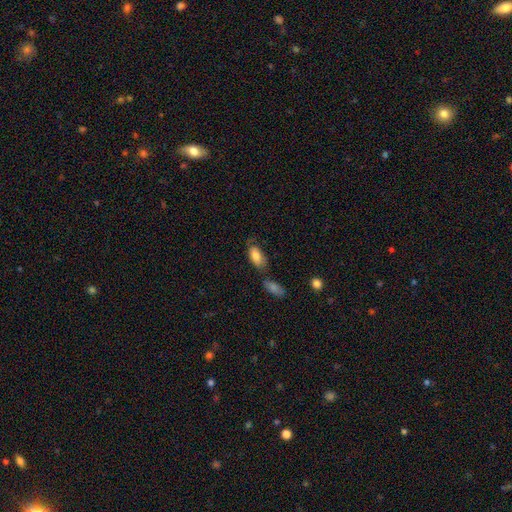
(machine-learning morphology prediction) smooth_or_featured: smooth (p=0.79) [alt: featured or disk p=0.14]
how_rounded: in between (p=0.90) [alt: cigar-shaped p=0.07]
merging: none (p=0.53) [alt: minor disturbance p=0.24]